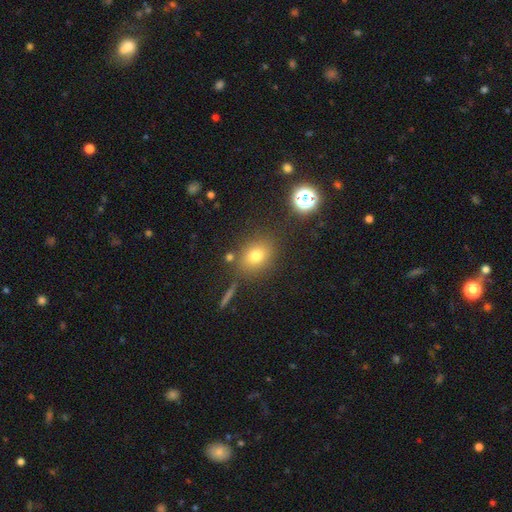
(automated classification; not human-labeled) Smooth or featured? smooth (72%)
How rounded? round (49%, tied with in between)
Merging? none (80%)